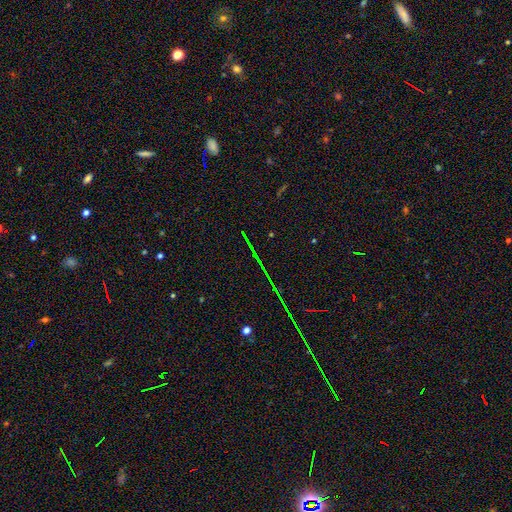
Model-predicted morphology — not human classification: Smooth or featured? star or artifact (79%)